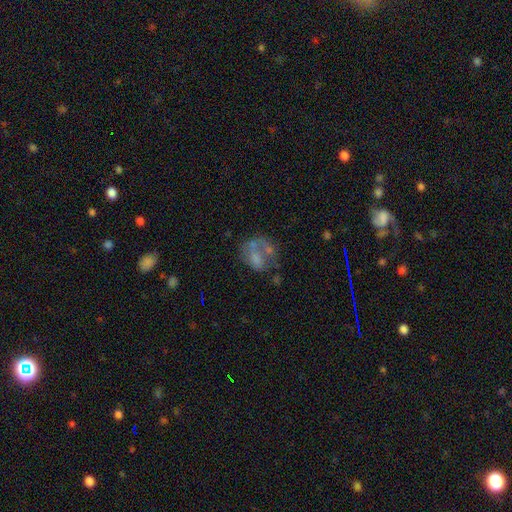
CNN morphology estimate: This appears to be a smooth galaxy with no disk features (44%). Merging: none (32%).